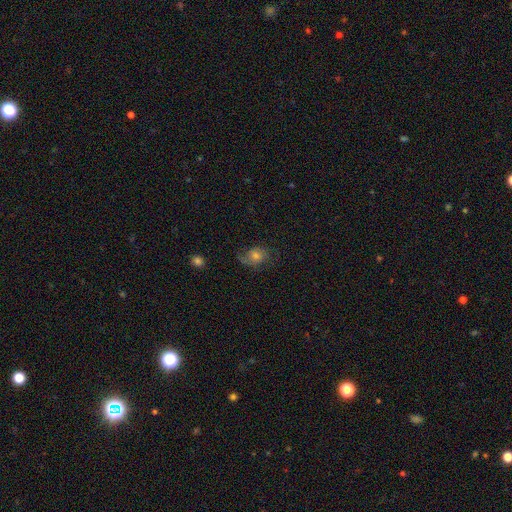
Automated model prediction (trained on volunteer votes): Morphology: type=featured or disk (49%); merging=none (61%).